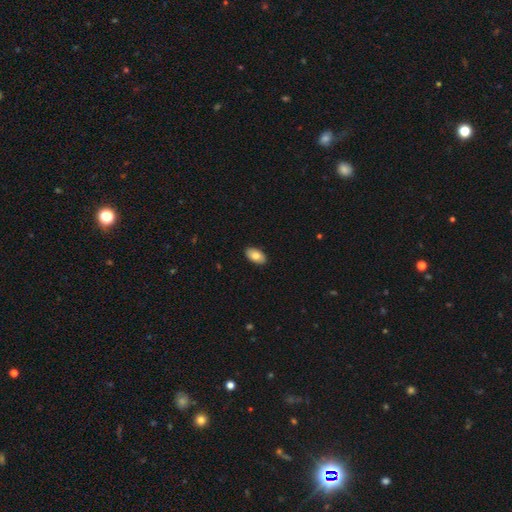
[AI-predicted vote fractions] A smooth galaxy with no disk features (82%) that is in between round and cigar-shaped (95%). Merging: none (90%).